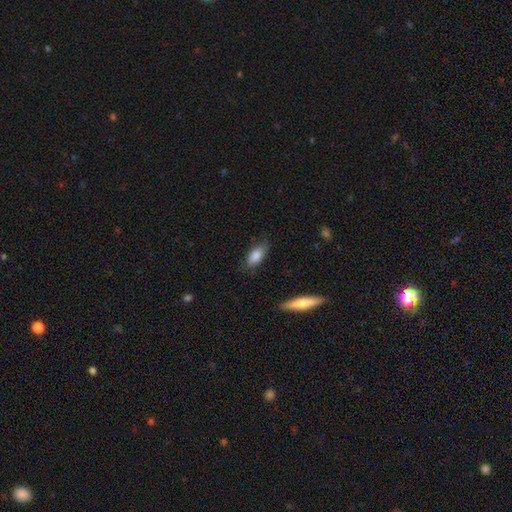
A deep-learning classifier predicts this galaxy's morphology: Q: Smooth or featured?
A: smooth (83%); runner-up: featured or disk (10%)
Q: How rounded?
A: in between (85%); runner-up: cigar-shaped (12%)
Q: Merging?
A: none (75%); runner-up: minor disturbance (20%)